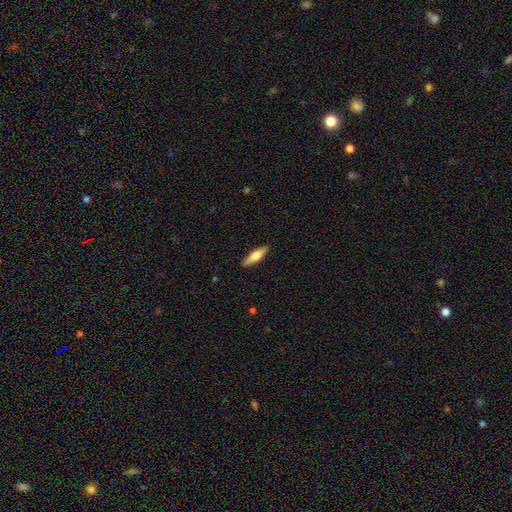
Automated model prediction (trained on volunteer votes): Q: Smooth or featured?
A: smooth (54%); runner-up: featured or disk (40%)
Q: How rounded?
A: cigar-shaped (66%); runner-up: in between (32%)
Q: Merging?
A: none (90%); runner-up: minor disturbance (7%)